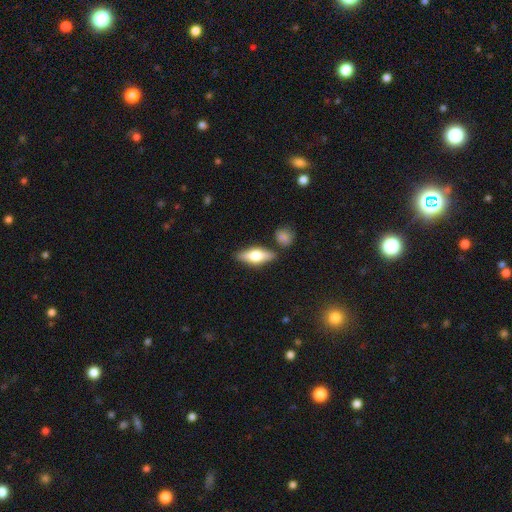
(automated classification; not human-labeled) A smooth galaxy with no disk features (47%).

Vote fractions:
- Smooth or featured? smooth: 47% / featured or disk: 46% / star or artifact: 7%
- Merging? none: 80% / minor disturbance: 11% / merger: 6% / major disturbance: 3%